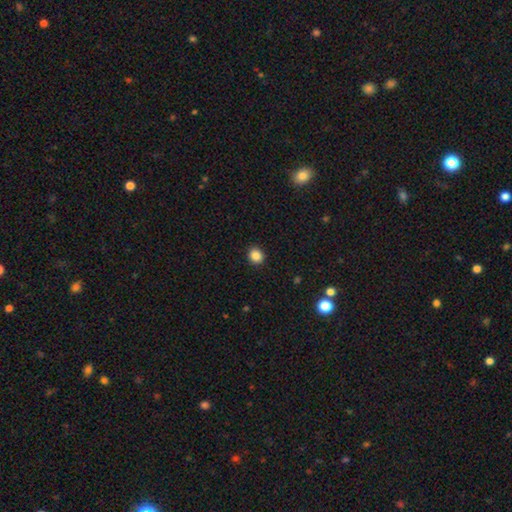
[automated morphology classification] Smooth or featured? smooth (86%)
How rounded? round (78%)
Merging? none (92%)